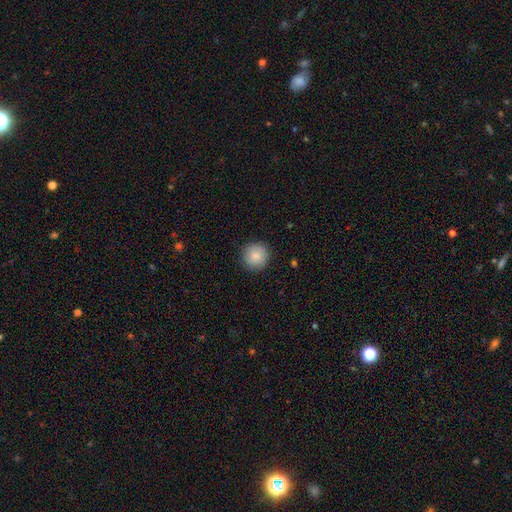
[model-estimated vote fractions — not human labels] Smooth or featured: smooth — 86% (featured or disk — 7%)
How rounded: round — 94% (in between — 5%)
Merging: none — 89% (minor disturbance — 8%)